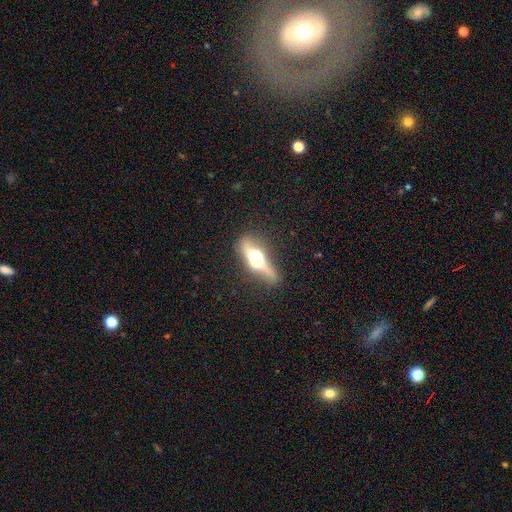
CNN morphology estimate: This appears to be a featured or disk galaxy (54%) viewed edge-on (56%). Merging: merger (47%).